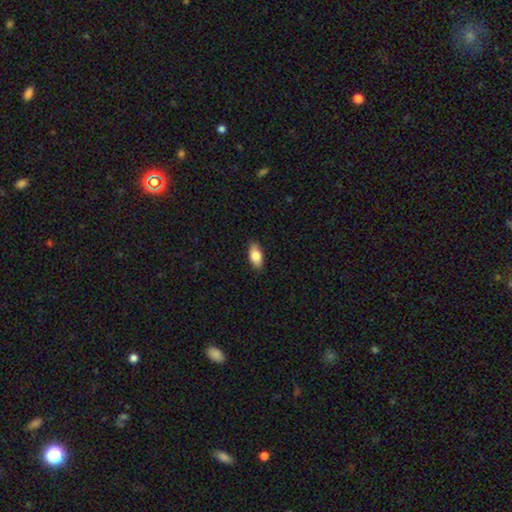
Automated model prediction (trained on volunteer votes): Smooth or featured? smooth (82%)
How rounded? in between (89%)
Merging? none (86%)